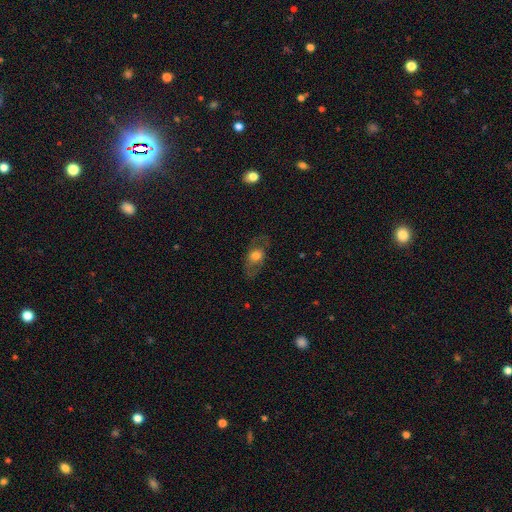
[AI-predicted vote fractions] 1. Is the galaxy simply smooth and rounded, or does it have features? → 48% smooth, 44% featured or disk, 9% star or artifact.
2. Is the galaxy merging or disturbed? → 73% none, 15% minor disturbance, 10% major disturbance, 1% merger.